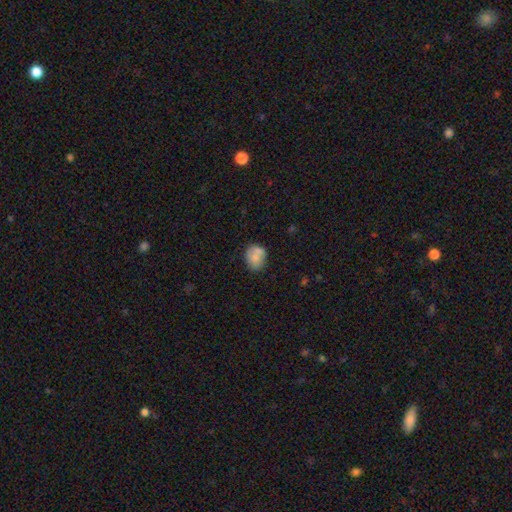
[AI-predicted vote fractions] smooth 74%, featured or disk 17%, star or artifact 8%. Down the decision tree: how rounded — in between (52%); merging — none (55%).